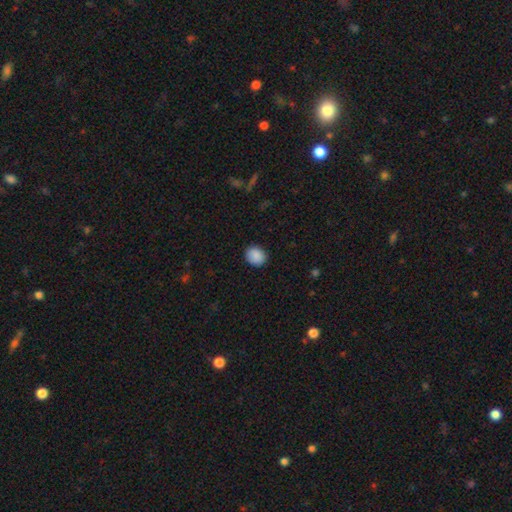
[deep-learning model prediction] A smooth galaxy with no disk features (89%) that is round (65%). Merging: none (87%).